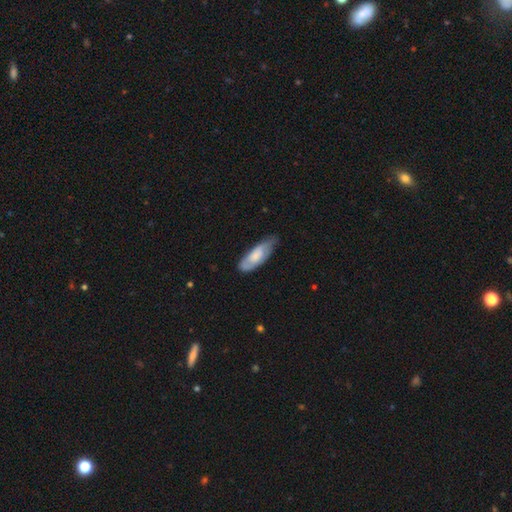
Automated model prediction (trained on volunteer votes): A smooth galaxy with no disk features (63%) that is in between round and cigar-shaped (65%).

Vote fractions:
- Smooth or featured? smooth: 63% / featured or disk: 31% / star or artifact: 6%
- How rounded? in between: 65% / cigar-shaped: 33% / round: 2%
- Merging? none: 57% / minor disturbance: 34% / major disturbance: 8% / merger: 2%